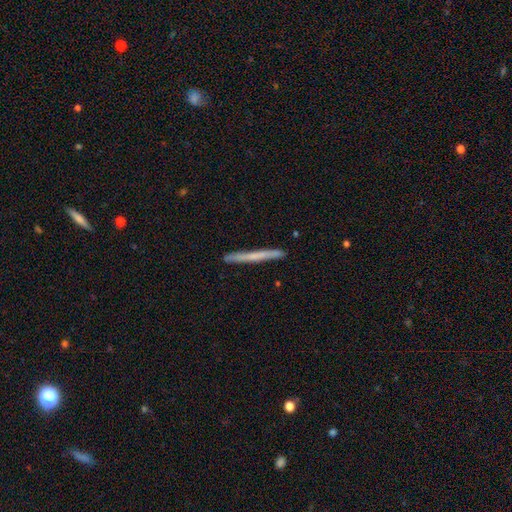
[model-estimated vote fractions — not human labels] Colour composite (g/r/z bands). It shows a smooth galaxy with no disk features (50%). Merging: none (90%).